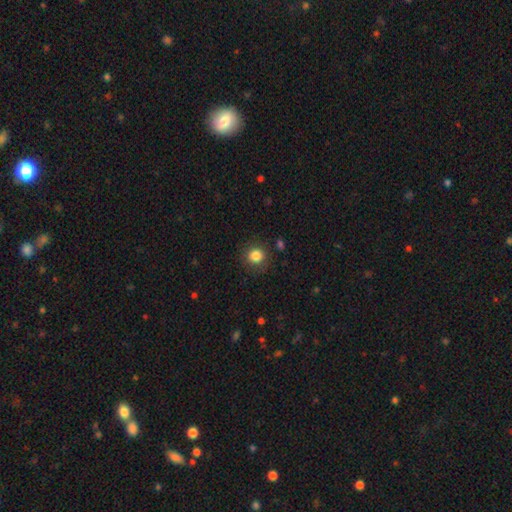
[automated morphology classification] This appears to be a smooth galaxy with no disk features (84%) that is round (90%). Merging: none (86%).